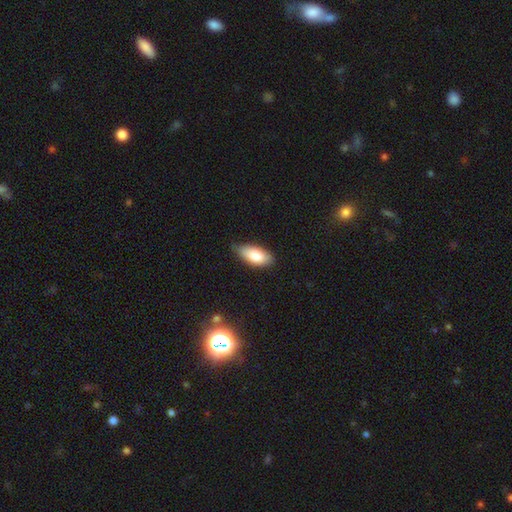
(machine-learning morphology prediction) Smooth or featured? Predicted: smooth (p=0.83). How rounded? Predicted: in between (p=0.90). Merging? Predicted: none (p=0.75).